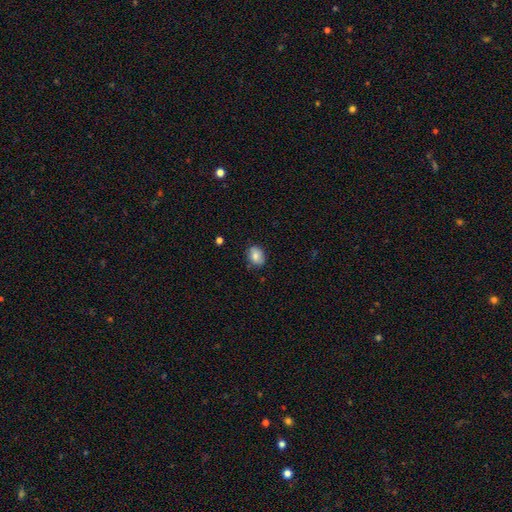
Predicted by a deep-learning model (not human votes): smooth_or_featured: smooth (p=0.81) [alt: featured or disk p=0.11]
how_rounded: in between (p=0.72) [alt: round p=0.27]
merging: none (p=0.81) [alt: minor disturbance p=0.15]